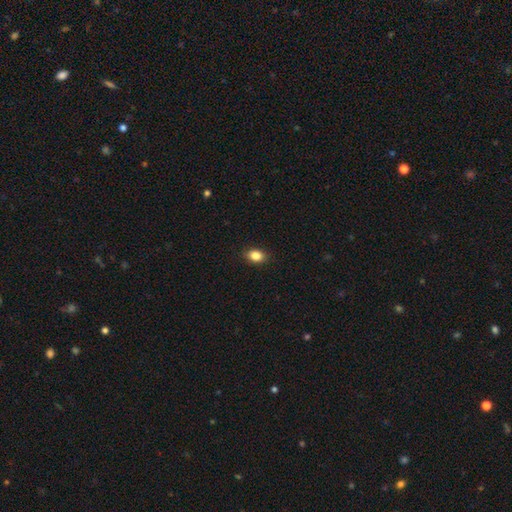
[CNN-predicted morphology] Smooth or featured? Predicted: smooth (p=0.85). How rounded? Predicted: in between (p=0.74). Merging? Predicted: none (p=0.89).